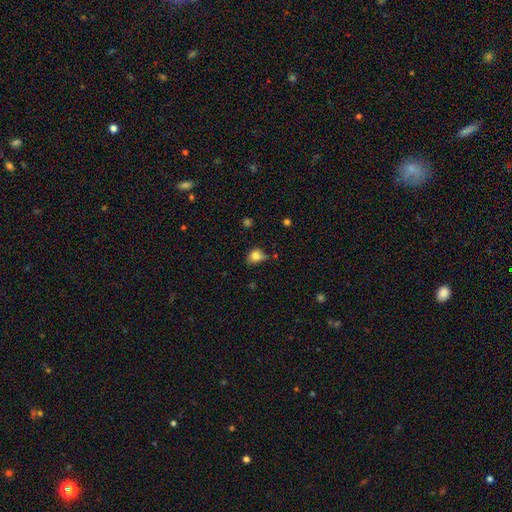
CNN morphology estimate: smooth 80%, star or artifact 11%, featured or disk 9%. Down the decision tree: how rounded — round (62%); merging — none (49%).